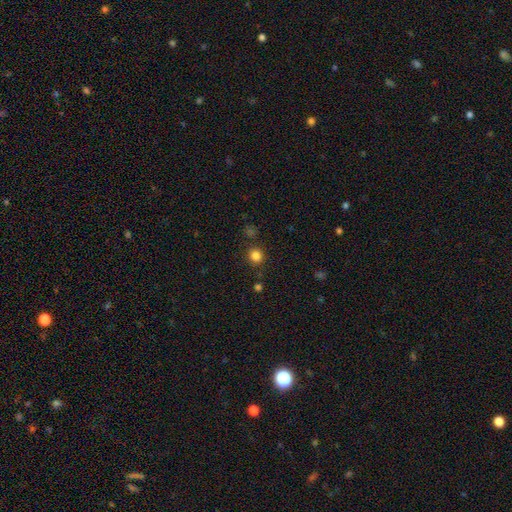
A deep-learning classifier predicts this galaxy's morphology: smooth 82%, star or artifact 14%, featured or disk 4%. Down the decision tree: how rounded — round (89%); merging — none (88%).